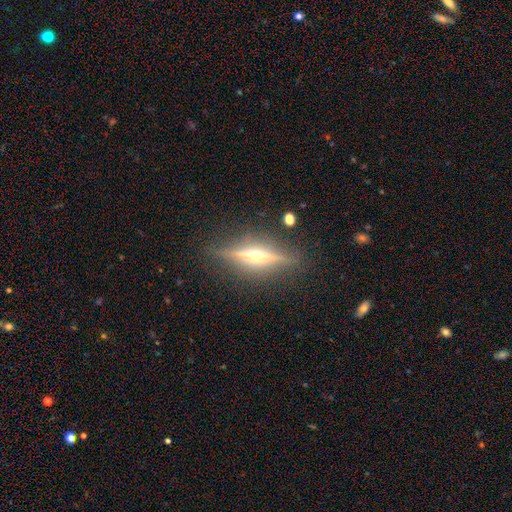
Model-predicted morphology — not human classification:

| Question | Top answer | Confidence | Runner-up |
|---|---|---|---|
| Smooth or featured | featured or disk | 80% | smooth (12%) |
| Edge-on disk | yes | 95% | no (5%) |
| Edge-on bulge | rounded | 94% | none (3%) |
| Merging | none | 86% | minor disturbance (10%) |